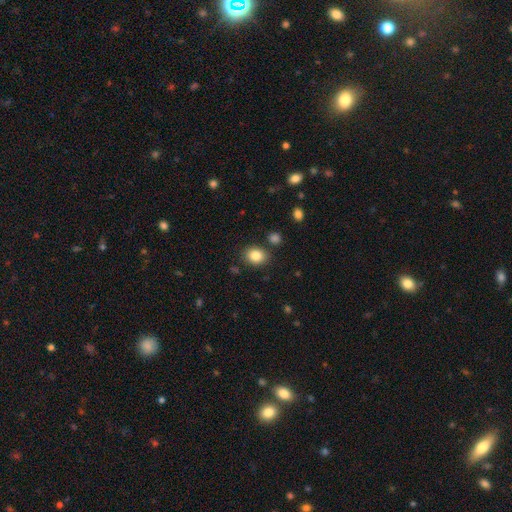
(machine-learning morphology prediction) The model was most divided on "how rounded": round: 50%, in between: 49%, cigar-shaped: 1%. More confident: smooth or featured — smooth (85%); merging — none (84%).